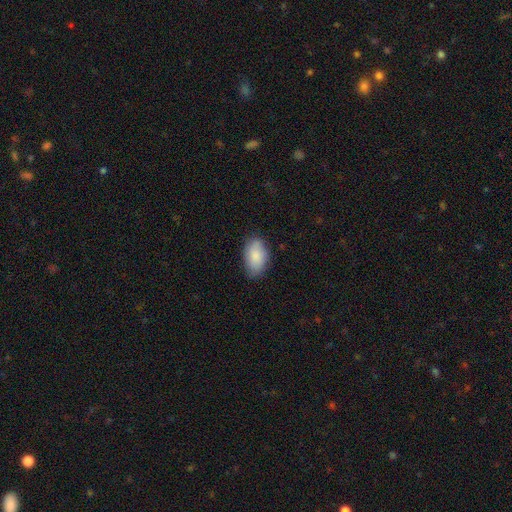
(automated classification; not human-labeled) Overall: smooth (86%). How rounded: in between (94%). Merging: none (81%).